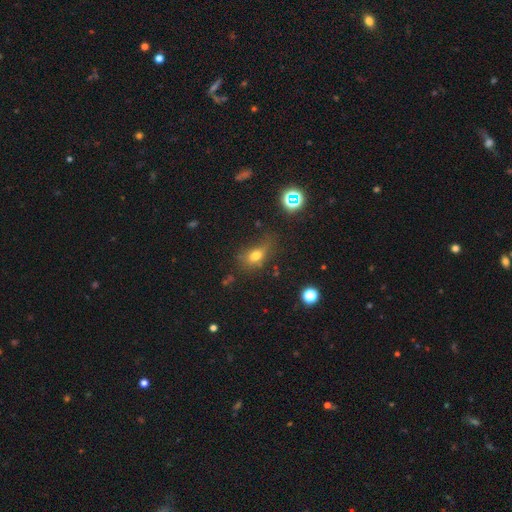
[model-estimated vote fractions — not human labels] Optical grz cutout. It shows a smooth galaxy with no disk features (68%) that is in between round and cigar-shaped (71%). Merging: none (55%).